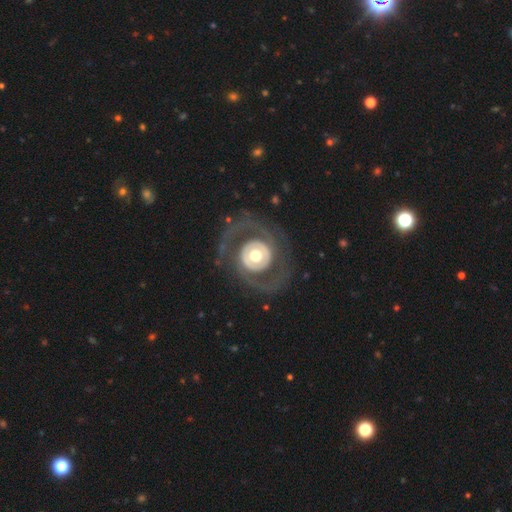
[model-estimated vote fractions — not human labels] The model was most divided on "spiral arms": no: 57%, yes: 43%. More confident: edge-on disk — no (96%); bar — no (79%); merging — none (72%); smooth or featured — featured or disk (71%); bulge size — moderate (59%).